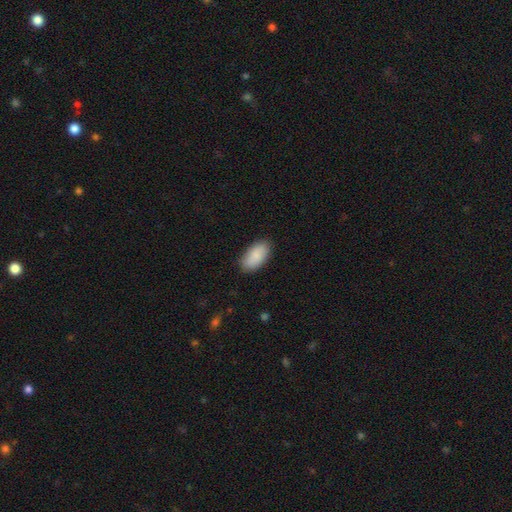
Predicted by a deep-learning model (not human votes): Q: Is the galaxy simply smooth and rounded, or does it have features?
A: smooth — 88%.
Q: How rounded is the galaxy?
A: in between — 95%.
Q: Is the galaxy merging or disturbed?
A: none — 85%.